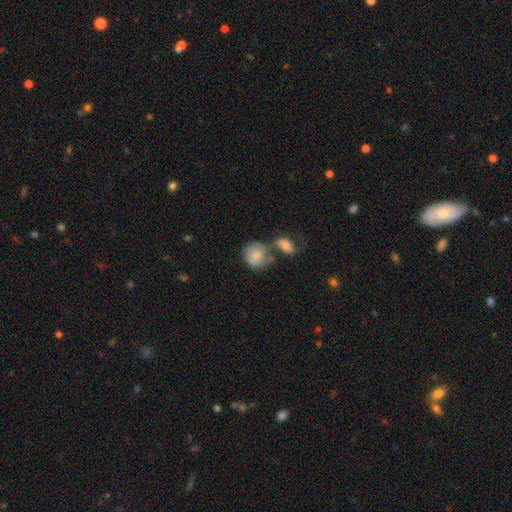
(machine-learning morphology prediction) smooth-or-featured: smooth: 80% | featured or disk: 13% | star or artifact: 7%
  how-rounded: round: 70% | in between: 29% | cigar-shaped: 1%
  merging: merger: 38% | none: 36% | minor disturbance: 17% | major disturbance: 9%